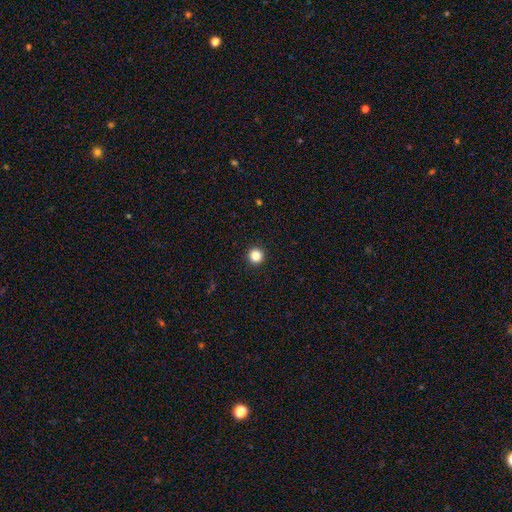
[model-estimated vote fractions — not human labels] The model was most divided on "smooth or featured": smooth: 84%, star or artifact: 12%, featured or disk: 4%. More confident: how rounded — round (96%); merging — none (94%).